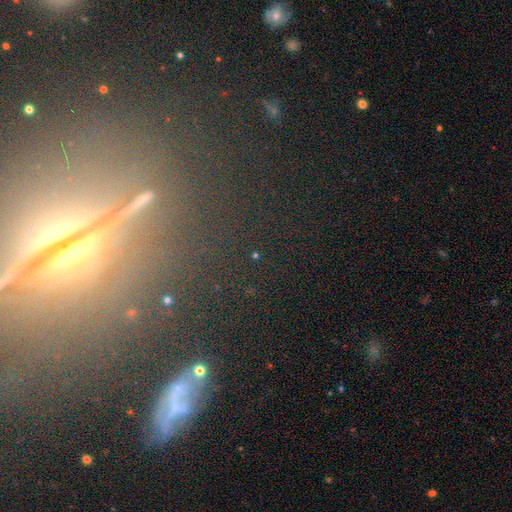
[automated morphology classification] This appears to be a star or artifact, not a galaxy (67%).